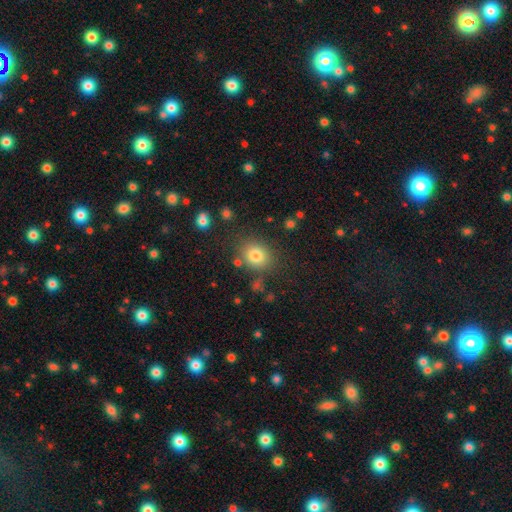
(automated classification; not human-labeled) Q: Smooth or featured?
A: smooth (80%); runner-up: star or artifact (12%)
Q: How rounded?
A: round (67%); runner-up: in between (32%)
Q: Merging?
A: none (81%); runner-up: minor disturbance (11%)